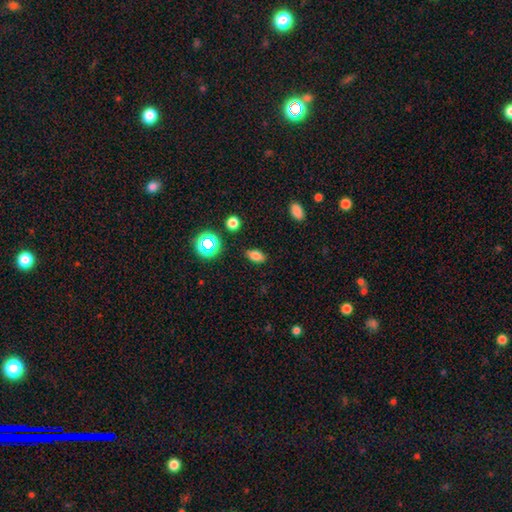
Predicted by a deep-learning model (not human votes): A smooth galaxy with no disk features (77%) that is in between round and cigar-shaped (86%). Merging: none (86%).